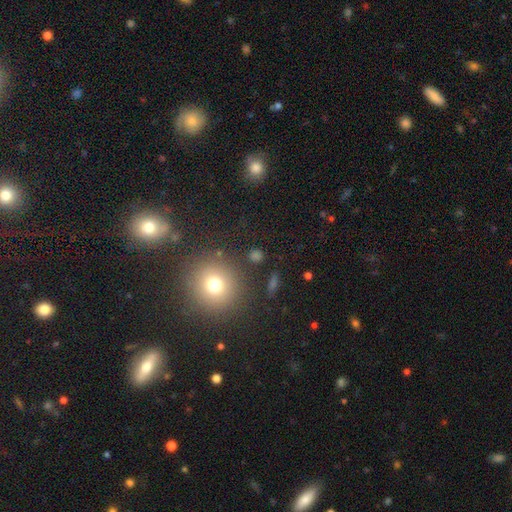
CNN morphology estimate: A smooth galaxy with no disk features (60%) that is round (81%).

Vote fractions:
- Smooth or featured? smooth: 60% / star or artifact: 29% / featured or disk: 11%
- How rounded? round: 81% / in between: 16% / cigar-shaped: 4%
- Merging? none: 85% / minor disturbance: 8% / merger: 4% / major disturbance: 4%